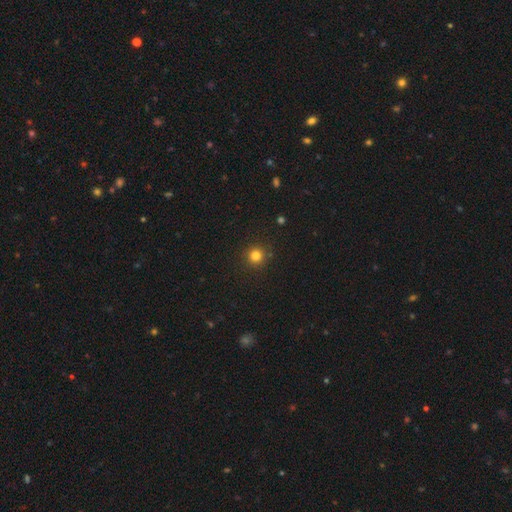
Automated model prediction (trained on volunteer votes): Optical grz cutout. It shows a smooth galaxy with no disk features (81%) that is round (95%). Merging: none (90%).